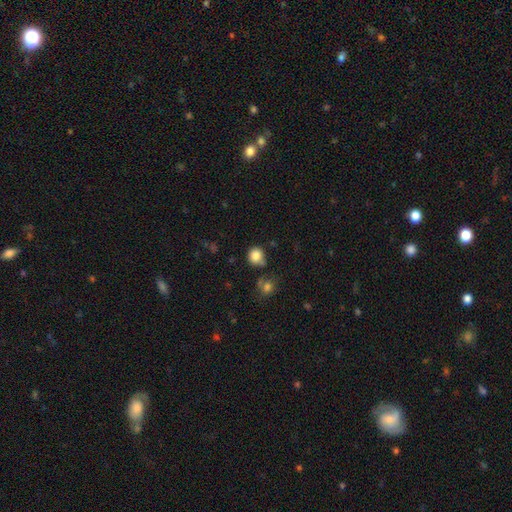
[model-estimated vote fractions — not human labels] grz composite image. It shows a smooth galaxy with no disk features (84%) that is round (86%). Merging: none (70%).